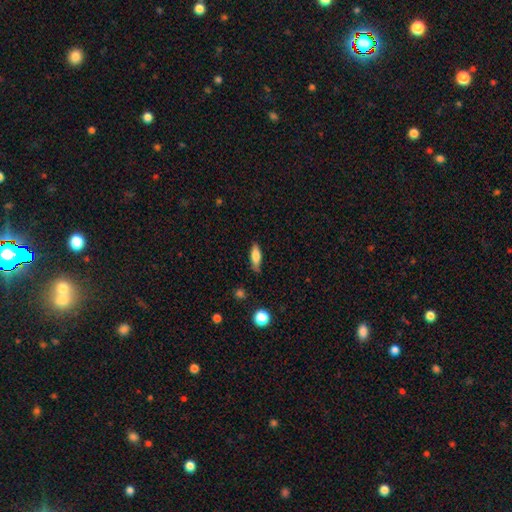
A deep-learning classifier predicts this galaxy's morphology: Smooth or featured? smooth (74%)
How rounded? in between (50%)
Merging? none (79%)